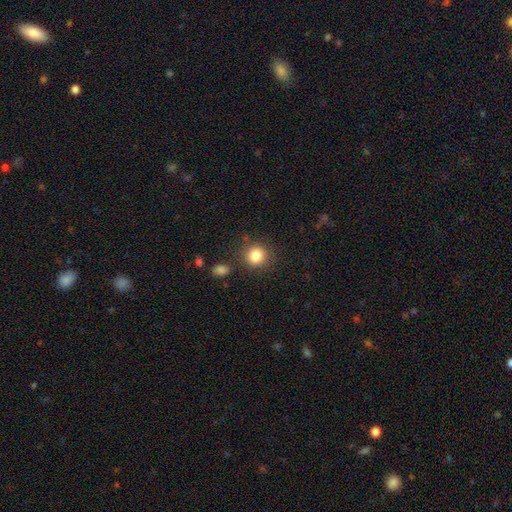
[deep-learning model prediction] Smooth or featured?
  - smooth: 85% *
  - star or artifact: 10%
  - featured or disk: 5%
How rounded?
  - round: 87% *
  - in between: 12%
  - cigar-shaped: 1%
Merging?
  - none: 84% *
  - minor disturbance: 9%
  - merger: 4%
  - major disturbance: 3%